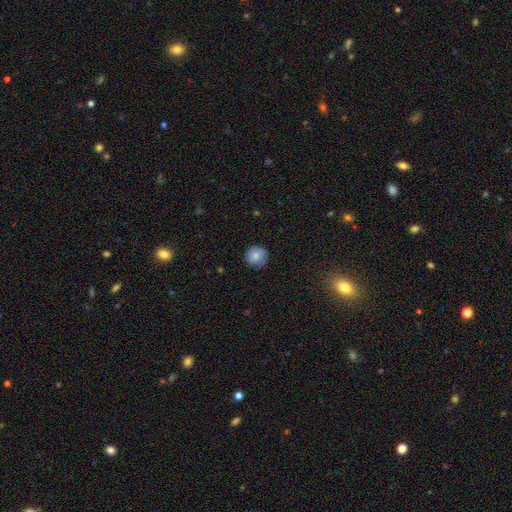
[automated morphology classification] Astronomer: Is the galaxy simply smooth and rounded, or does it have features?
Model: smooth — 77%.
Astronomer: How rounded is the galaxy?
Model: round — 91%.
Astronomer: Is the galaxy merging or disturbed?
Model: none — 77%.